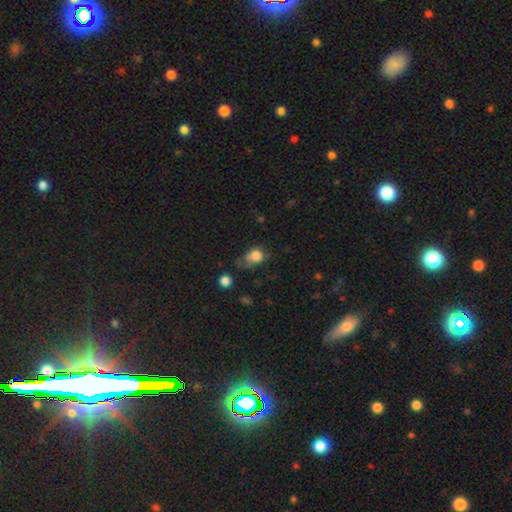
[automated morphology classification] type=smooth (79%); roundness=round (52%); merging=none (36%).